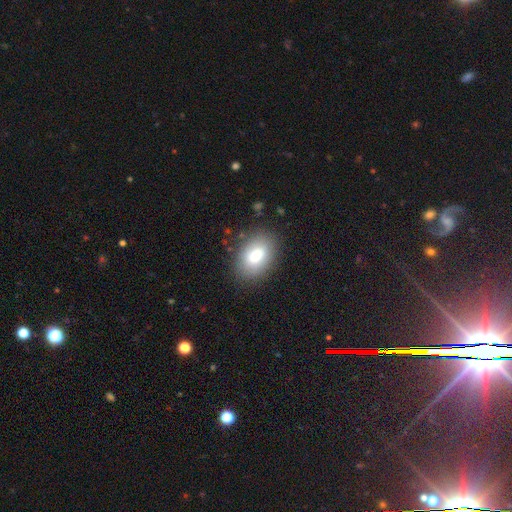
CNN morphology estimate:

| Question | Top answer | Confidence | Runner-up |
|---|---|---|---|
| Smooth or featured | smooth | 76% | featured or disk (16%) |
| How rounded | in between | 81% | round (18%) |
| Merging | none | 84% | minor disturbance (11%) |